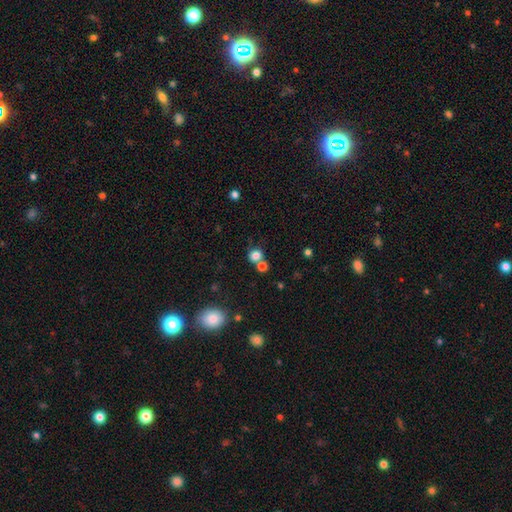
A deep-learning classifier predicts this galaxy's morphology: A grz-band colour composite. It shows a smooth galaxy with no disk features (80%) that is round (80%). Merging: none (56%).